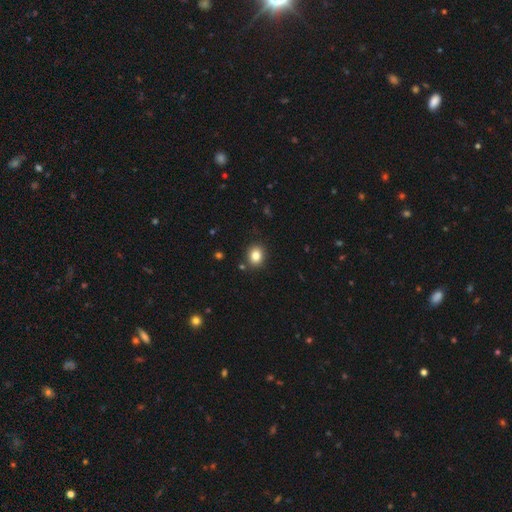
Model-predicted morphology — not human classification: type=smooth (84%); roundness=round (59%); merging=none (88%).